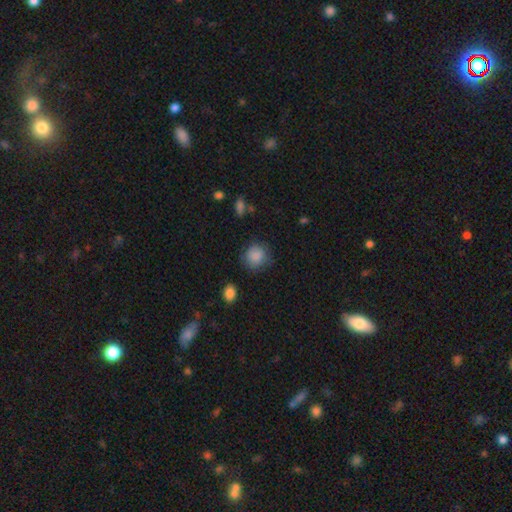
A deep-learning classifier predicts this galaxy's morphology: Smooth or featured?
  - smooth: 87% *
  - star or artifact: 8%
  - featured or disk: 5%
How rounded?
  - round: 87% *
  - in between: 12%
  - cigar-shaped: 1%
Merging?
  - none: 77% *
  - minor disturbance: 16%
  - major disturbance: 5%
  - merger: 2%